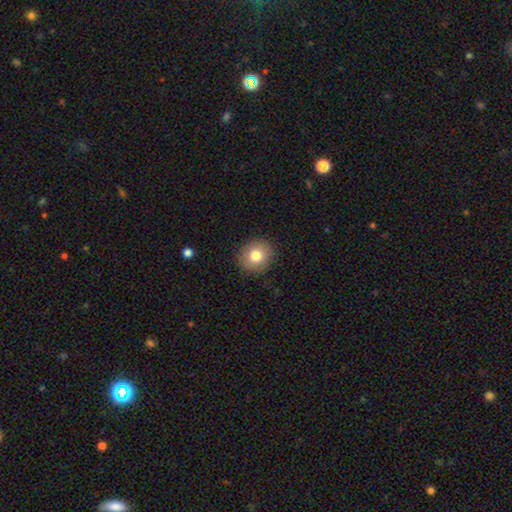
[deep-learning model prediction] Smooth or featured? smooth (79%)
How rounded? round (80%)
Merging? none (90%)